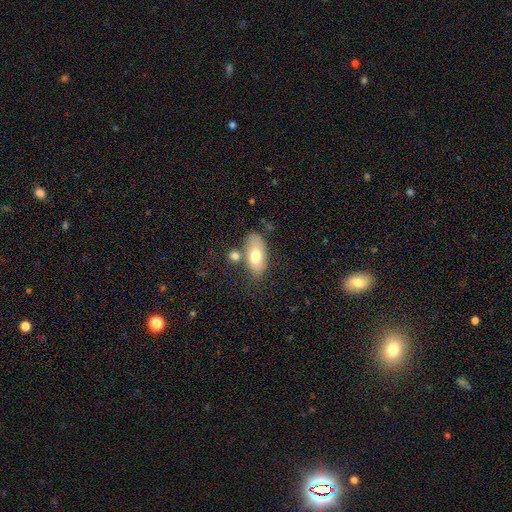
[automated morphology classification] smooth 68%, featured or disk 25%, star or artifact 7%. Down the decision tree: how rounded — in between (91%); merging — none (62%).